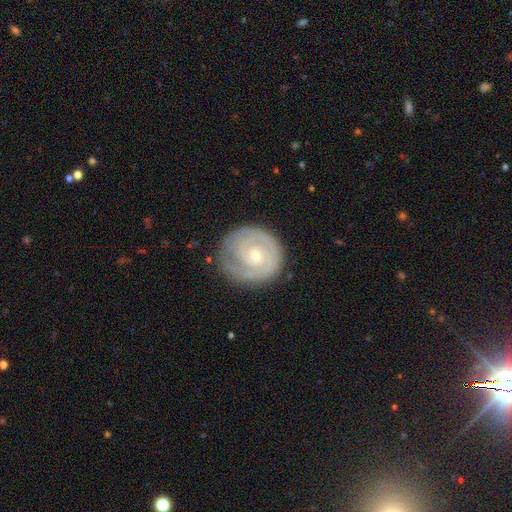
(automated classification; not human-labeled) Smooth or featured?
  - featured or disk: 83% *
  - smooth: 13%
  - star or artifact: 5%
Edge-on disk?
  - no: 98% *
  - yes: 2%
Bar?
  - no: 66% *
  - weak: 28%
  - strong: 6%
Spiral arms?
  - yes: 95% *
  - no: 5%
Spiral winding?
  - tight: 78% *
  - medium: 18%
  - loose: 4%
Spiral arm count?
  - 2: 51% *
  - can't tell: 21%
  - 3: 13%
  - 1: 9%
  - 4: 3%
  - more than 4: 3%
Bulge size?
  - small: 67% *
  - moderate: 29%
  - none: 1%
  - large: 1%
  - dominant: 1%
Merging?
  - none: 79% *
  - minor disturbance: 15%
  - major disturbance: 5%
  - merger: 1%